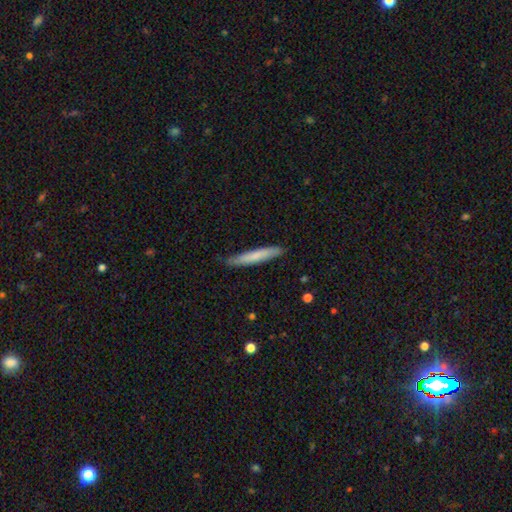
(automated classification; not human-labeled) smooth_or_featured: smooth (p=0.70) [alt: featured or disk p=0.24]
how_rounded: cigar-shaped (p=0.94) [alt: in between p=0.05]
merging: none (p=0.84) [alt: minor disturbance p=0.13]